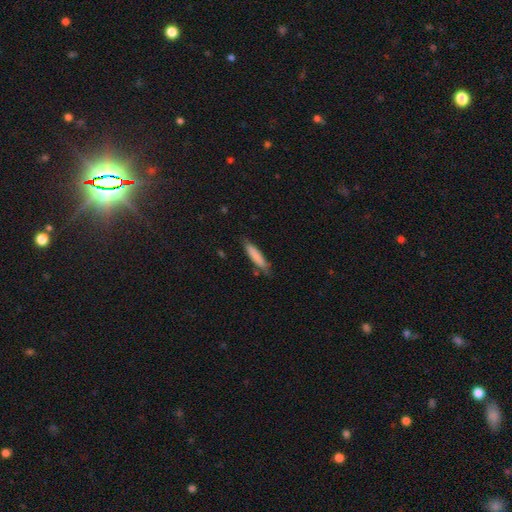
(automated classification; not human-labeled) Smooth or featured?
  - smooth: 83% *
  - featured or disk: 11%
  - star or artifact: 6%
How rounded?
  - cigar-shaped: 80% *
  - in between: 19%
  - round: 1%
Merging?
  - none: 76% *
  - minor disturbance: 18%
  - major disturbance: 3%
  - merger: 2%